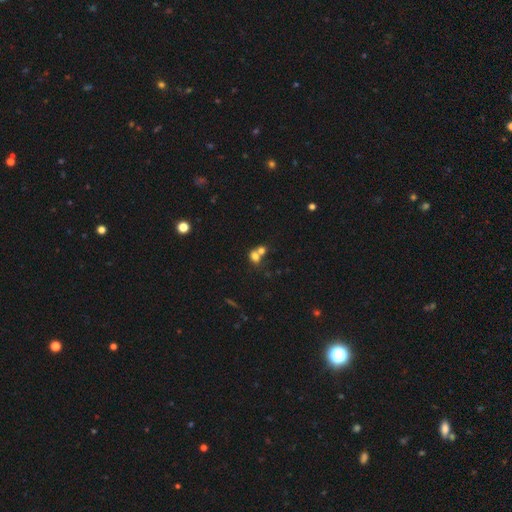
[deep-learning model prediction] smooth 71%, star or artifact 15%, featured or disk 14%. Down the decision tree: how rounded — round (52%); merging — merger (59%).